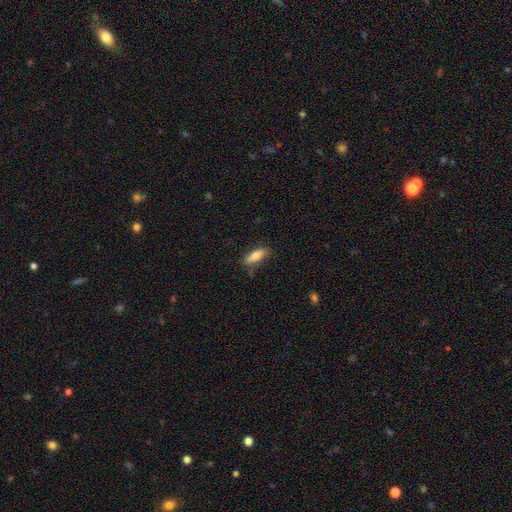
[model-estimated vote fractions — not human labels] smooth 72%, featured or disk 22%, star or artifact 7%. Down the decision tree: how rounded — in between (56%); merging — none (75%).